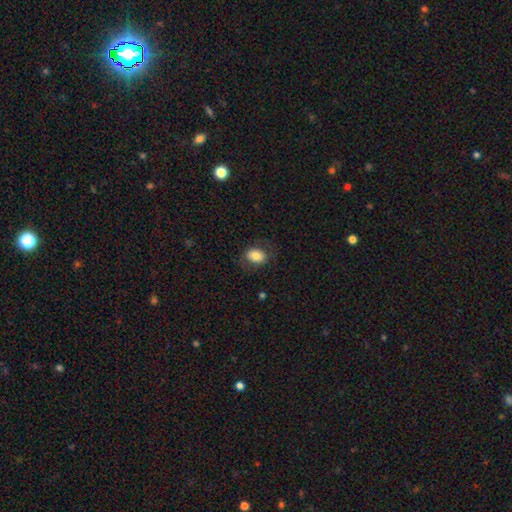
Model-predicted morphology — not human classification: This appears to be a smooth galaxy with no disk features (78%) that is in between round and cigar-shaped (71%). Merging: none (76%).